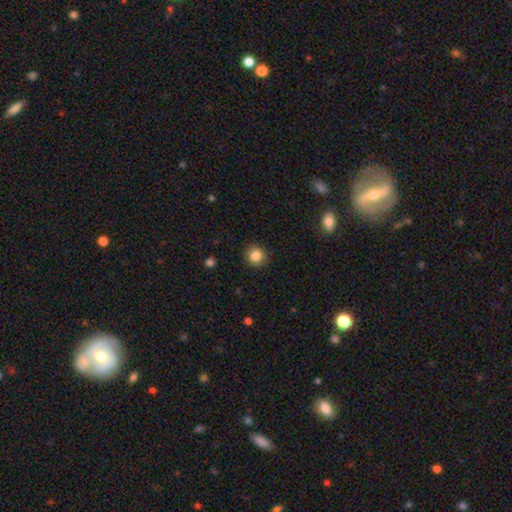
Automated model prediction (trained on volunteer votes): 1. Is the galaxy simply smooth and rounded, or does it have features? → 84% smooth, 11% star or artifact, 5% featured or disk.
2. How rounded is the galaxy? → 91% round, 8% in between, 1% cigar-shaped.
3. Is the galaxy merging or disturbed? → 90% none, 7% minor disturbance, 2% major disturbance, 1% merger.